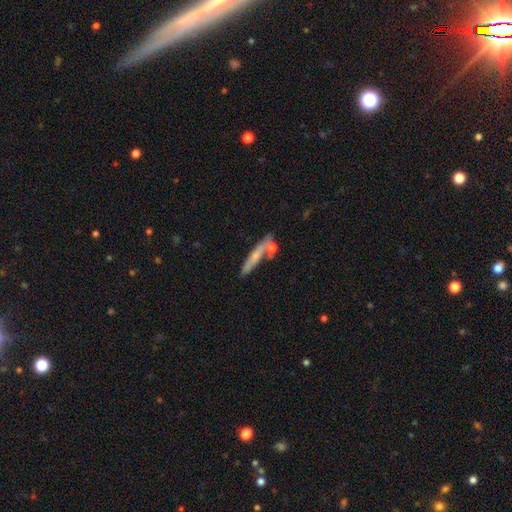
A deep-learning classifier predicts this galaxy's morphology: smooth 52%, featured or disk 40%, star or artifact 8%. Down the decision tree: how rounded — cigar-shaped (87%); merging — none (67%).